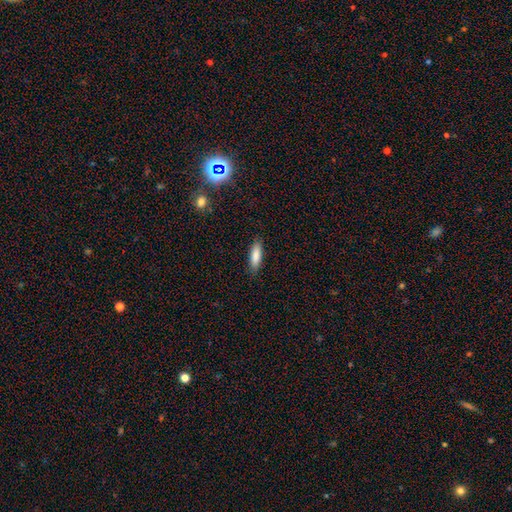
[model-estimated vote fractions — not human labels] Q: Smooth or featured?
A: smooth (86%); runner-up: featured or disk (8%)
Q: How rounded?
A: cigar-shaped (50%); runner-up: in between (48%)
Q: Merging?
A: none (86%); runner-up: minor disturbance (11%)